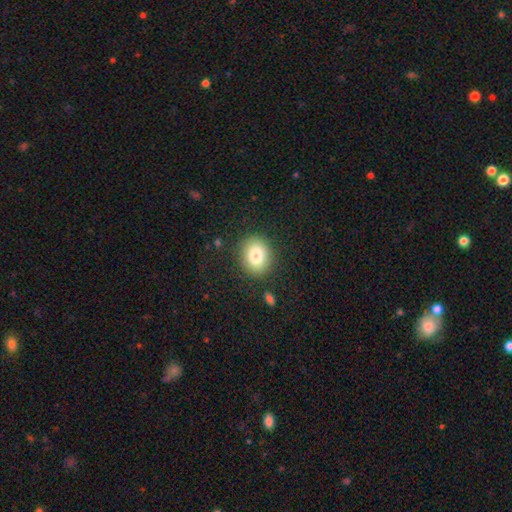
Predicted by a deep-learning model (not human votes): Smooth or featured: smooth — 81% (featured or disk — 9%)
How rounded: round — 64% (in between — 35%)
Merging: none — 86% (minor disturbance — 9%)